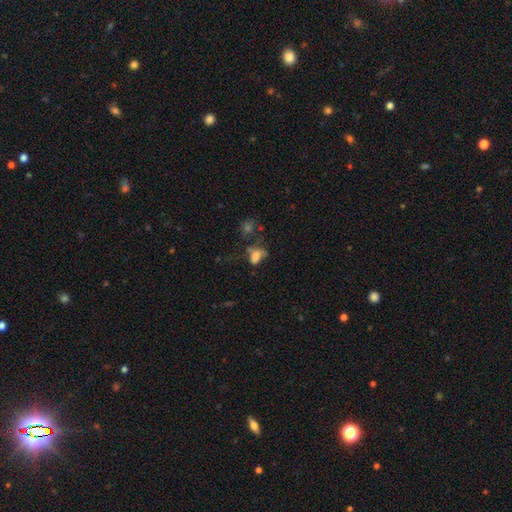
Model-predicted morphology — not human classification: The model was most divided on "merging": major disturbance: 35%, none: 26%, minor disturbance: 20%, merger: 19%. More confident: how rounded — in between (78%); smooth or featured — smooth (64%).